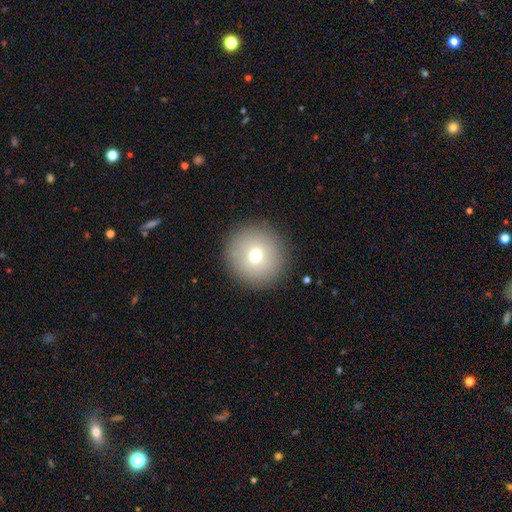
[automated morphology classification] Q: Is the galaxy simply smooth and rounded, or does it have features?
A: smooth — 70%.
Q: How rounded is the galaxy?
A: round — 96%.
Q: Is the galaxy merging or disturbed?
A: none — 90%.